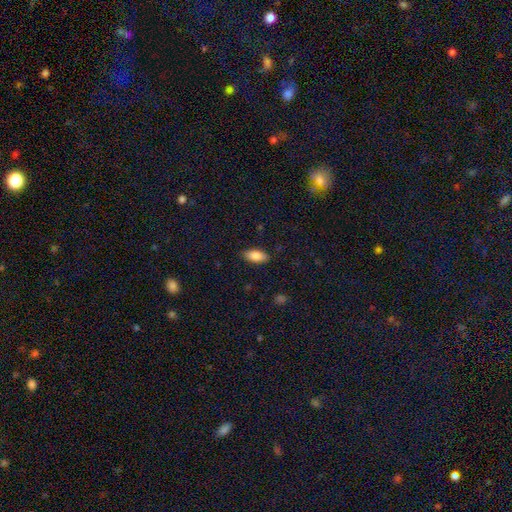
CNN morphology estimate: A smooth galaxy with no disk features (85%) that is in between round and cigar-shaped (88%). Merging: none (86%).